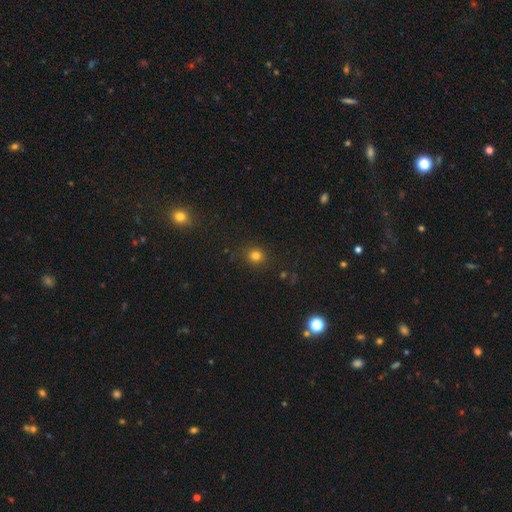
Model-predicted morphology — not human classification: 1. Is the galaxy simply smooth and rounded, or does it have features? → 78% smooth, 17% star or artifact, 6% featured or disk.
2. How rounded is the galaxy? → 85% round, 14% in between, 1% cigar-shaped.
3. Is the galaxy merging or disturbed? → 86% none, 9% minor disturbance, 3% major disturbance, 2% merger.